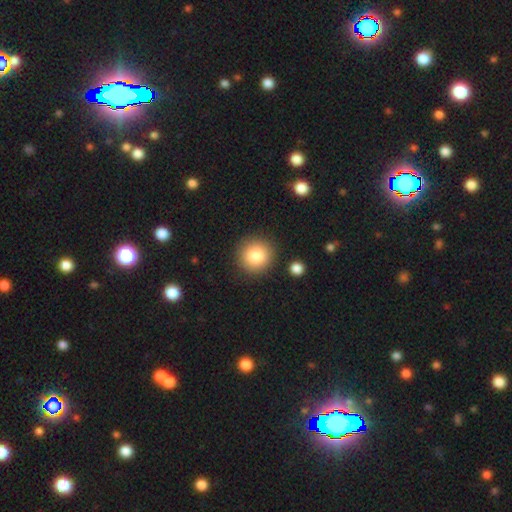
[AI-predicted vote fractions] Q: Smooth or featured?
A: smooth (84%); runner-up: star or artifact (9%)
Q: How rounded?
A: round (93%); runner-up: in between (6%)
Q: Merging?
A: none (88%); runner-up: minor disturbance (7%)